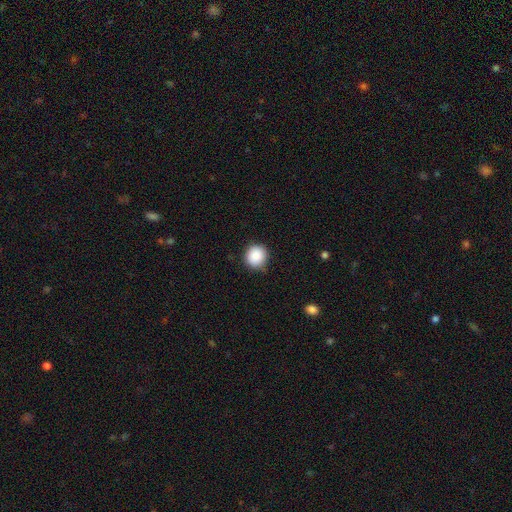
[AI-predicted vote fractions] This is clearly a smooth galaxy (89%). How rounded: clearly round (89%). Merging: clearly none (87%).